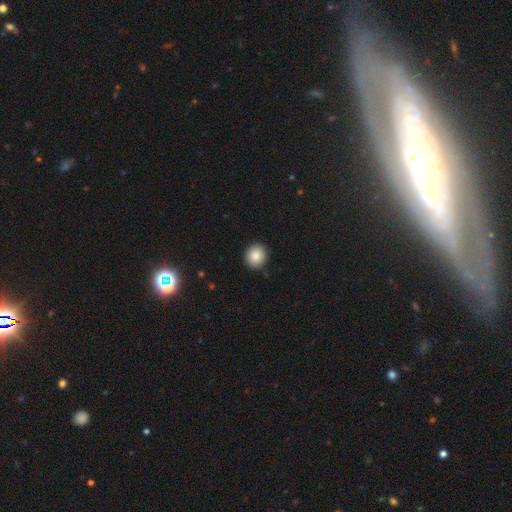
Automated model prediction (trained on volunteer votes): A smooth galaxy with no disk features (87%) that is round (85%). Merging: none (90%).